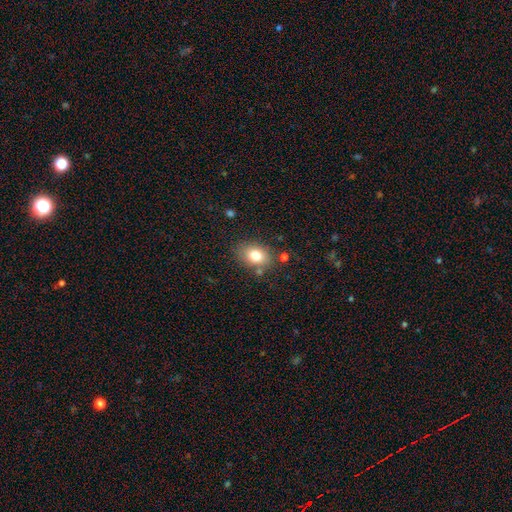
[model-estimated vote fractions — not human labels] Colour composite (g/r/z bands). It shows a smooth galaxy with no disk features (79%) that is in between round and cigar-shaped (68%). Merging: none (76%).